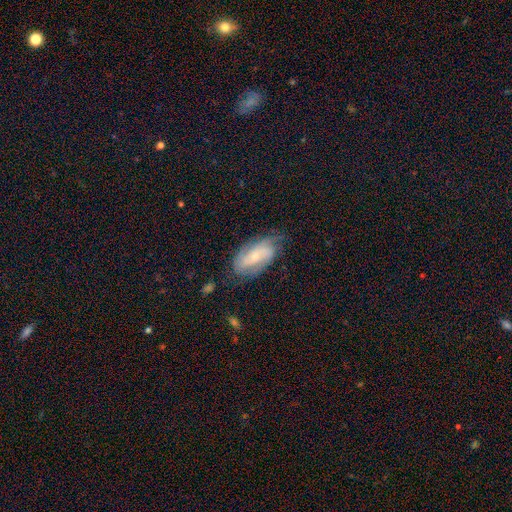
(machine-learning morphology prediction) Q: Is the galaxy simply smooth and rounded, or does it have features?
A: featured or disk — 63%.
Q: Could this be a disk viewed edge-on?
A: no — 93%.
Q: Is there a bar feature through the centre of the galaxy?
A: no — 49%.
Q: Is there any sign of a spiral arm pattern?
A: yes — 87%.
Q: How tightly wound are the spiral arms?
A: medium — 40%.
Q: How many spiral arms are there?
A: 2 — 55%.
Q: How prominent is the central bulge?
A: small — 66%.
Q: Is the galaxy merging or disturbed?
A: none — 65%.